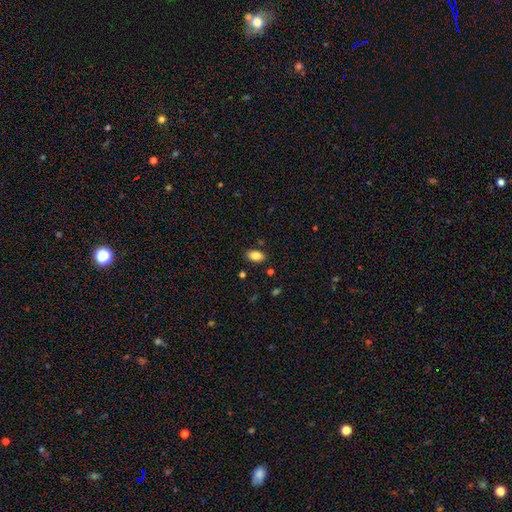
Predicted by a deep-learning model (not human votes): Smooth or featured? smooth (86%)
How rounded? in between (92%)
Merging? none (85%)